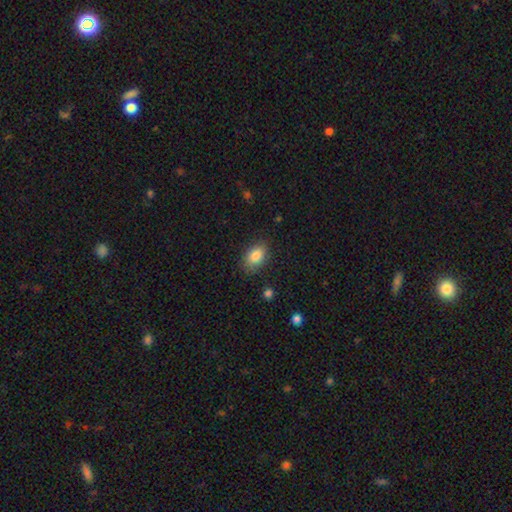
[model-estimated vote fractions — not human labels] Overall: smooth (84%). How rounded: in between (85%). Merging: none (81%).